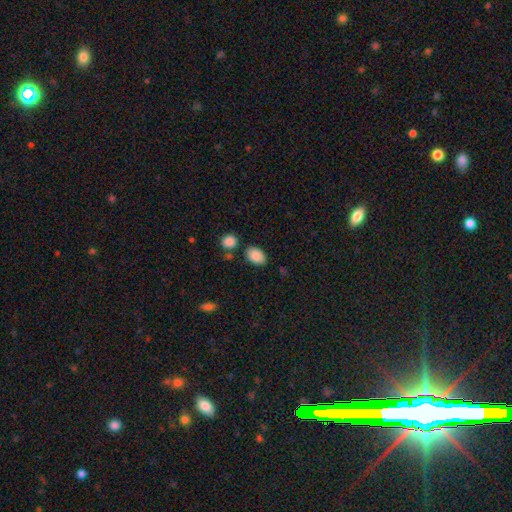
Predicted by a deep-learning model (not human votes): smooth-or-featured: smooth: 86% | star or artifact: 8% | featured or disk: 6%
  how-rounded: in between: 89% | round: 9% | cigar-shaped: 1%
  merging: none: 76% | minor disturbance: 14% | merger: 7% | major disturbance: 3%